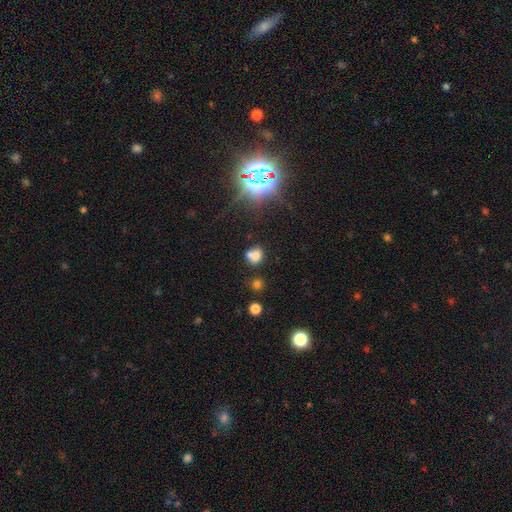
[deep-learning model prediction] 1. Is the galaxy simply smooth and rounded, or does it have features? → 68% smooth, 18% star or artifact, 14% featured or disk.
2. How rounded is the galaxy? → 66% round, 33% in between, 1% cigar-shaped.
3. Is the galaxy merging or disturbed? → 43% merger, 41% none, 11% minor disturbance, 5% major disturbance.